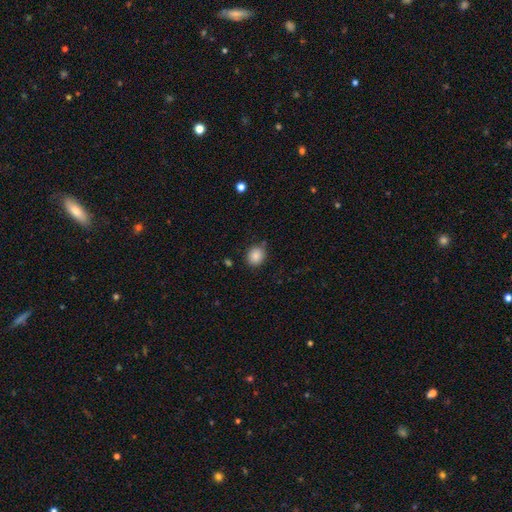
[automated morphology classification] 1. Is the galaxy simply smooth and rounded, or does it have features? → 87% smooth, 9% star or artifact, 4% featured or disk.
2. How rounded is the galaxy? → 70% round, 29% in between, 1% cigar-shaped.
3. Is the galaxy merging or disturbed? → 78% none, 16% minor disturbance, 3% major disturbance, 3% merger.